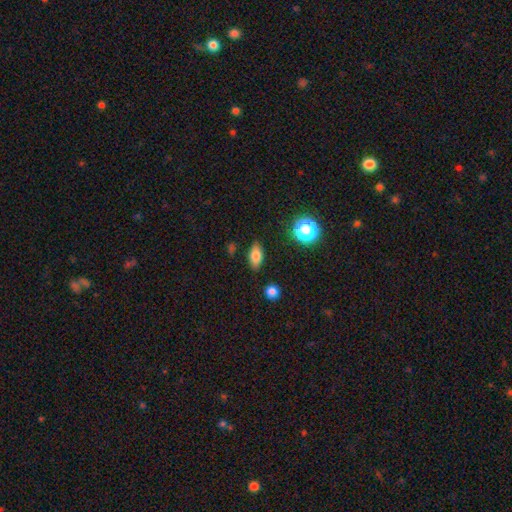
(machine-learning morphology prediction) The model was most divided on "smooth or featured": smooth: 76%, featured or disk: 14%, star or artifact: 10%. More confident: merging — none (84%); how rounded — in between (83%).